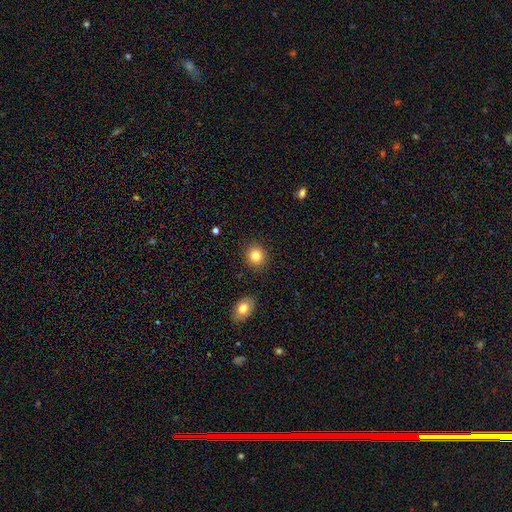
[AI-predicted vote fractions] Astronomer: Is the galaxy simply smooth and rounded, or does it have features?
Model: smooth — 83%.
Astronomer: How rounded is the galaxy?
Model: round — 83%.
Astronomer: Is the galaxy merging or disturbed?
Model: none — 89%.